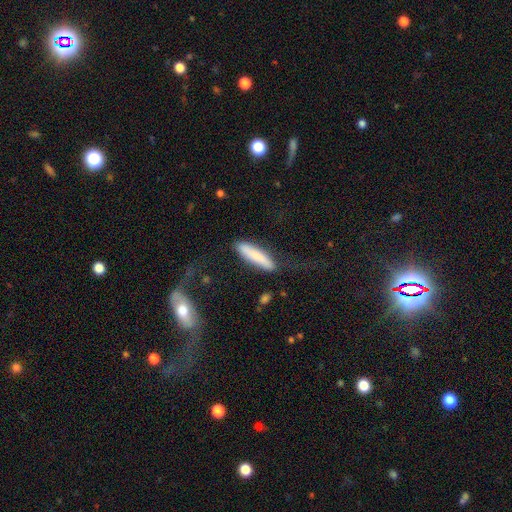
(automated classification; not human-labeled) Overall: smooth (76%). How rounded: cigar-shaped (85%). Merging: none (72%).